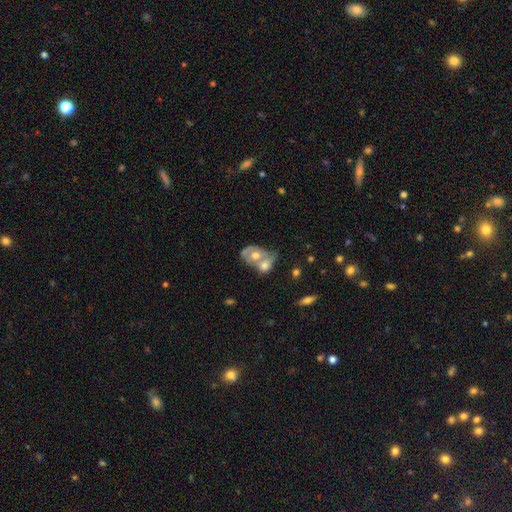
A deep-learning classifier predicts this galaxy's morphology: featured or disk 52%, smooth 40%, star or artifact 8%. Down the decision tree: edge-on disk — no (95%); merging — merger (68%).